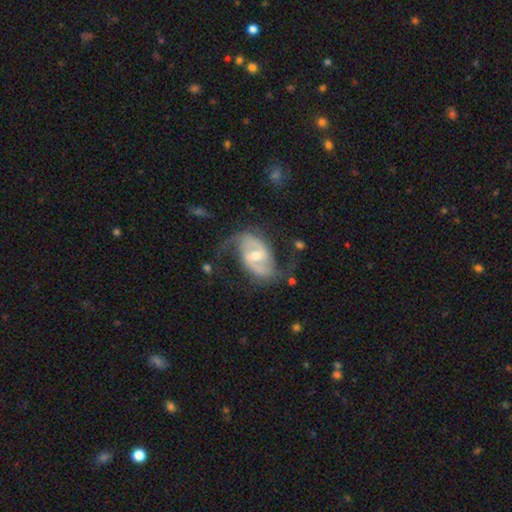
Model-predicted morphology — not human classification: Smooth or featured? Predicted: featured or disk (p=0.86). Edge-on disk? Predicted: no (p=0.97). Bar? Predicted: weak (p=0.46). Spiral arms? Predicted: yes (p=0.94). Spiral winding? Predicted: loose (p=0.43). Spiral arm count? Predicted: 2 (p=0.90). Bulge size? Predicted: moderate (p=0.63). Merging? Predicted: none (p=0.64).